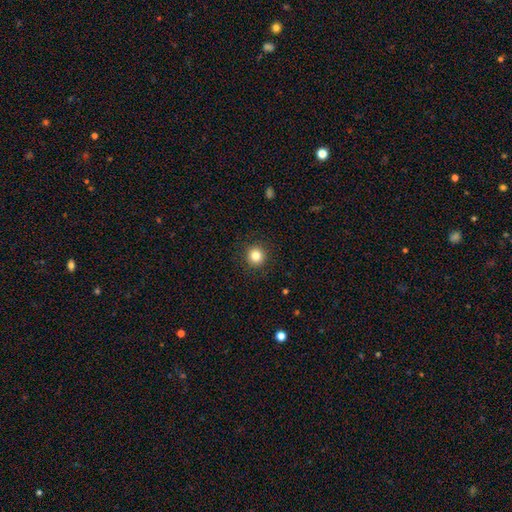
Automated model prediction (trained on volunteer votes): Smooth or featured? Predicted: smooth (p=0.83). How rounded? Predicted: round (p=0.93). Merging? Predicted: none (p=0.92).